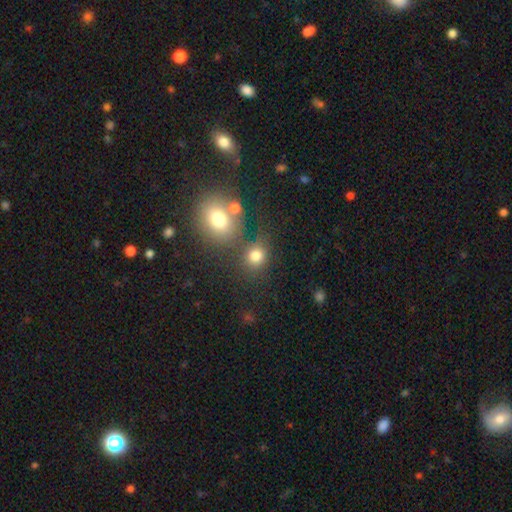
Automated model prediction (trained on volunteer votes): This is likely a smooth galaxy (78%). How rounded: likely round (78%). Merging: likely none (61%).